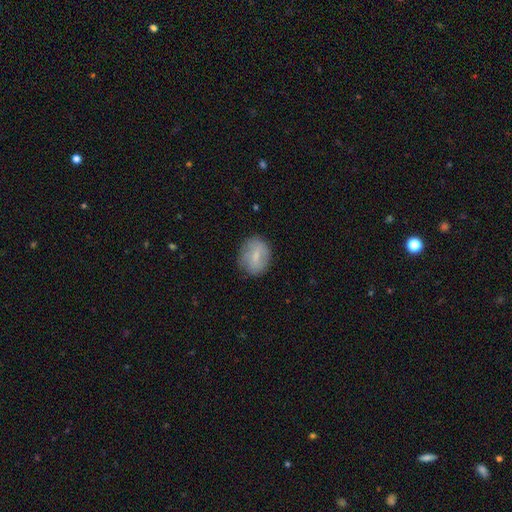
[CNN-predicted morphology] smooth-or-featured: smooth: 63% | featured or disk: 29% | star or artifact: 8%
  how-rounded: in between: 57% | round: 42% | cigar-shaped: 2%
  merging: none: 74% | minor disturbance: 19% | major disturbance: 6% | merger: 1%